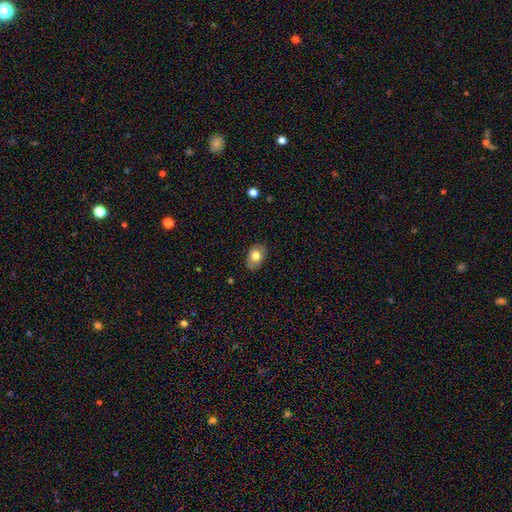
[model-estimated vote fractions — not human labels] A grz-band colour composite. It shows a smooth galaxy with no disk features (74%) that is in between round and cigar-shaped (83%). Merging: none (81%).